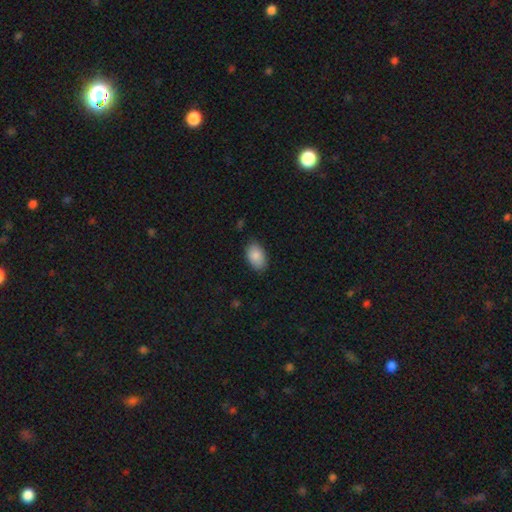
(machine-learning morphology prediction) type=smooth (88%); roundness=in between (92%); merging=none (82%).